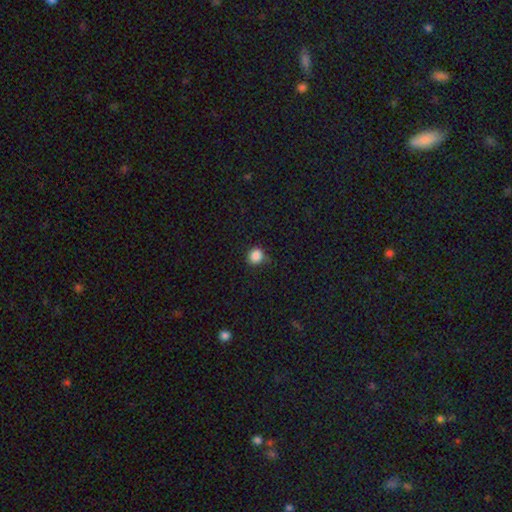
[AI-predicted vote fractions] Q: Smooth or featured?
A: smooth (86%); runner-up: star or artifact (11%)
Q: How rounded?
A: round (84%); runner-up: in between (15%)
Q: Merging?
A: none (78%); runner-up: minor disturbance (17%)